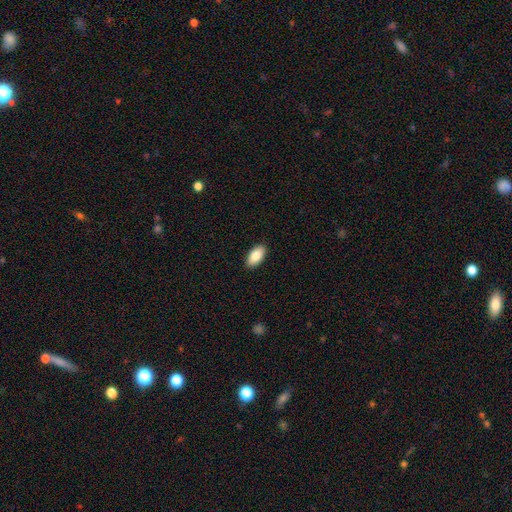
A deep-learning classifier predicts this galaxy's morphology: type=smooth (86%); roundness=in between (94%); merging=none (90%).